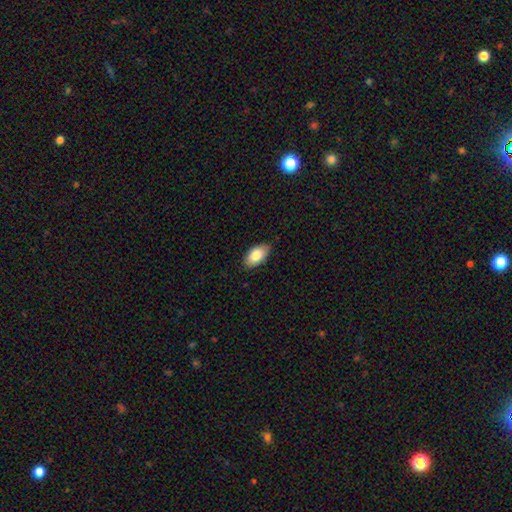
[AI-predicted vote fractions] A smooth galaxy with no disk features (83%) that is in between round and cigar-shaped (93%). Merging: none (83%).